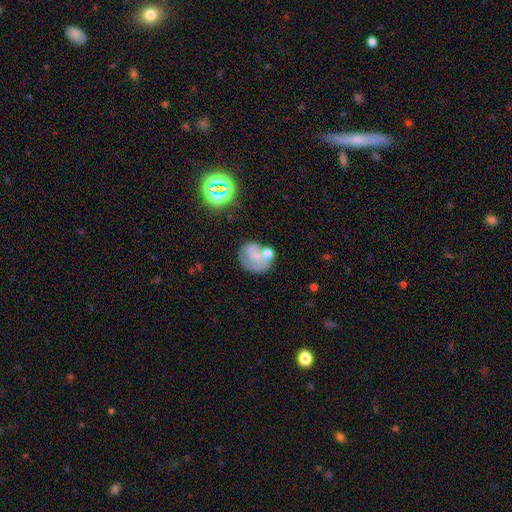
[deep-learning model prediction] Smooth or featured: smooth — 55% (featured or disk — 32%)
How rounded: round — 62% (in between — 37%)
Merging: none — 40% (minor disturbance — 22%)